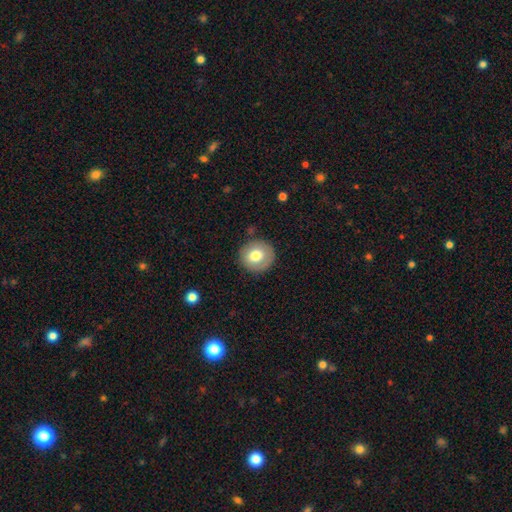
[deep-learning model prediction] Smooth or featured?
  - smooth: 74% *
  - featured or disk: 18%
  - star or artifact: 8%
How rounded?
  - round: 90% *
  - in between: 9%
  - cigar-shaped: 1%
Merging?
  - none: 87% *
  - minor disturbance: 9%
  - major disturbance: 3%
  - merger: 2%